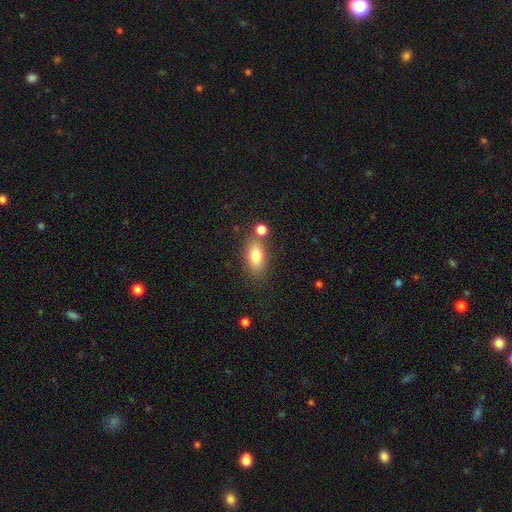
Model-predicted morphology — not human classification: smooth-or-featured: smooth: 81% | featured or disk: 11% | star or artifact: 8%
  how-rounded: in between: 84% | cigar-shaped: 9% | round: 7%
  merging: none: 68% | merger: 15% | minor disturbance: 13% | major disturbance: 4%